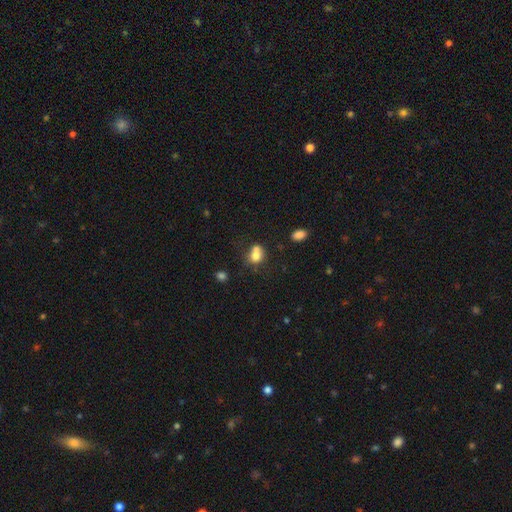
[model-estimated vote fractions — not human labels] Smooth or featured: smooth — 73% (featured or disk — 16%)
How rounded: round — 61% (in between — 38%)
Merging: merger — 47% (none — 33%)